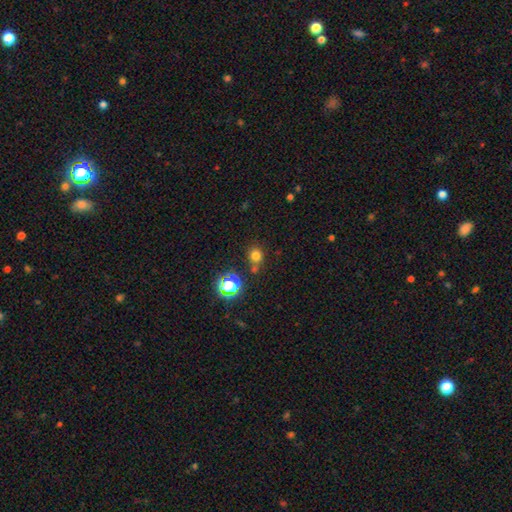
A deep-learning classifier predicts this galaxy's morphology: Smooth or featured? Predicted: smooth (p=0.71). How rounded? Predicted: round (p=0.84). Merging? Predicted: none (p=0.71).